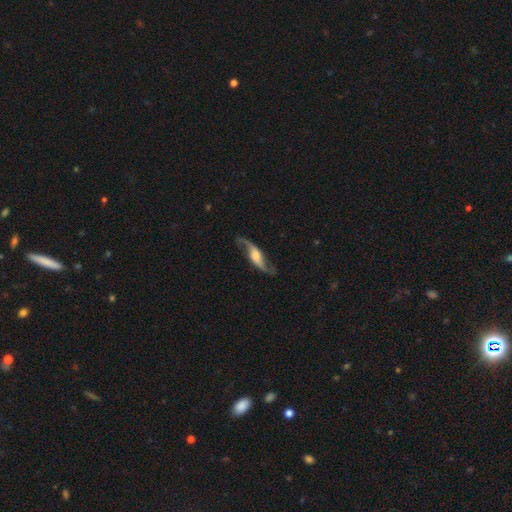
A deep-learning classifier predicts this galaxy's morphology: A featured or disk galaxy (85%) with no bar (45%), 2 (93%) loose (84%) spiral arms (96%) and a moderate central bulge (40%). Merging: none (79%).